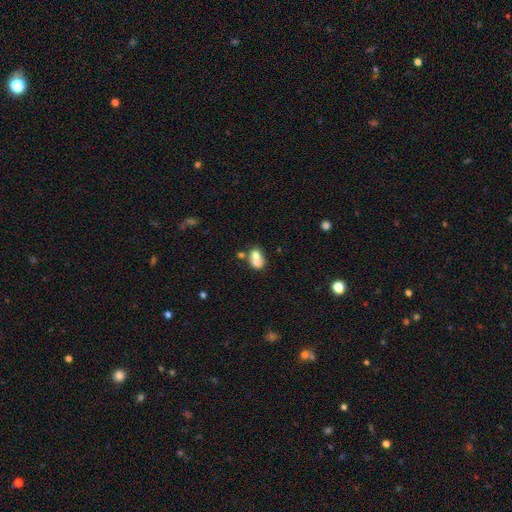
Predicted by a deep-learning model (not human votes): This is likely a smooth galaxy (67%). How rounded: likely in between (60%). Merging: possibly merger (55%).